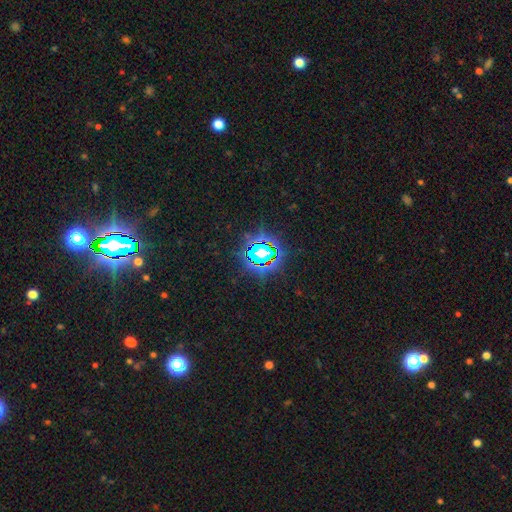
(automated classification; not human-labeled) This appears to be a star or artifact, not a galaxy (78%).